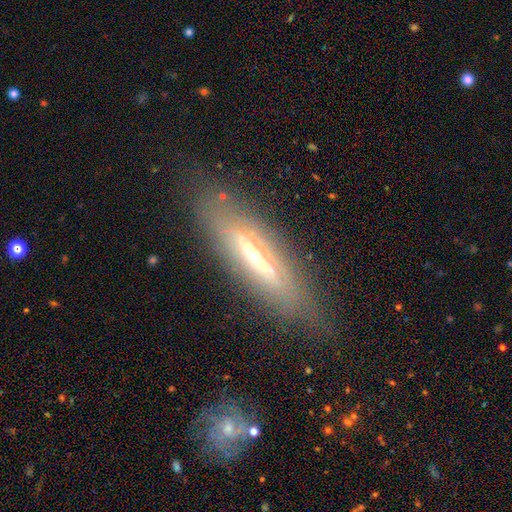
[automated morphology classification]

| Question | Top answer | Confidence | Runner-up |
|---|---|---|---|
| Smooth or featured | featured or disk | 68% | smooth (24%) |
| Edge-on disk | yes | 78% | no (22%) |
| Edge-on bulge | rounded | 74% | none (17%) |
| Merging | none | 72% | minor disturbance (17%) |